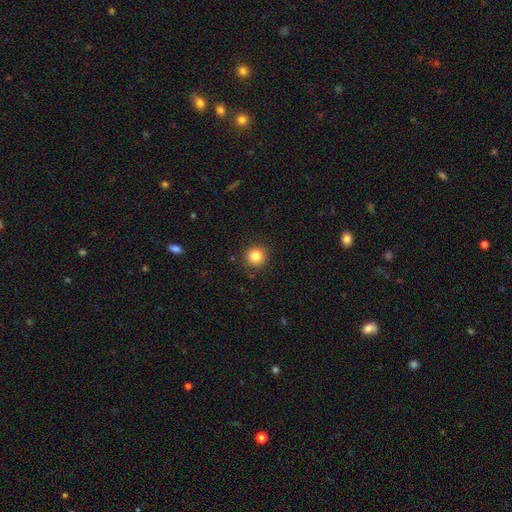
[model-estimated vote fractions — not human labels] Morphology: type=smooth (83%); roundness=round (95%); merging=none (90%).